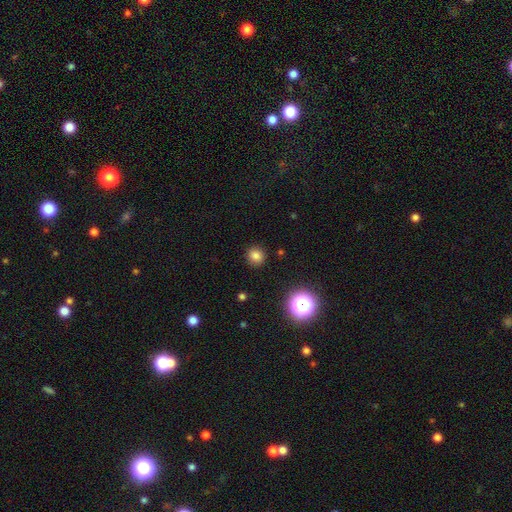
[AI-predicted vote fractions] Smooth or featured: smooth — 79% (star or artifact — 15%)
How rounded: round — 92% (in between — 7%)
Merging: none — 90% (minor disturbance — 6%)